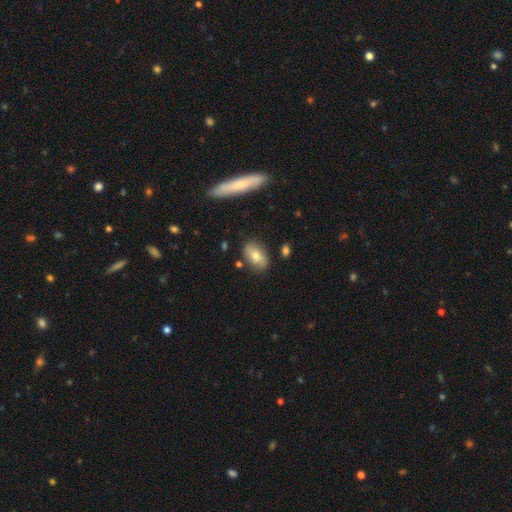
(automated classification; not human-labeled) A smooth galaxy with no disk features (73%) that is in between round and cigar-shaped (88%).

Vote fractions:
- Smooth or featured? smooth: 73% / featured or disk: 20% / star or artifact: 7%
- How rounded? in between: 88% / round: 9% / cigar-shaped: 4%
- Merging? none: 81% / minor disturbance: 13% / merger: 4% / major disturbance: 3%